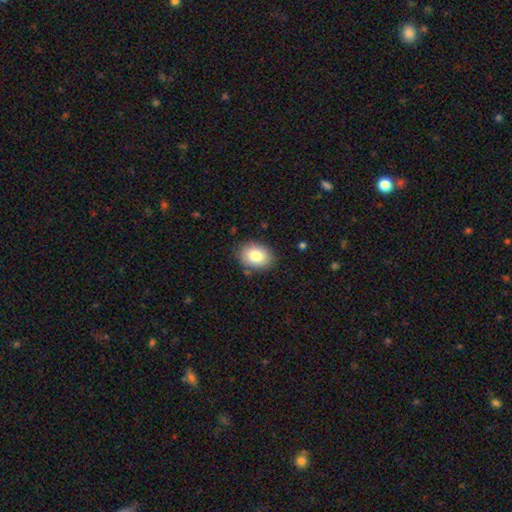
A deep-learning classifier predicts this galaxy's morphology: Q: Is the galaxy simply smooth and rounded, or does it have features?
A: smooth — 81%.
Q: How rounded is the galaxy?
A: in between — 65%.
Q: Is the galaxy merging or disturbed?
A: none — 84%.